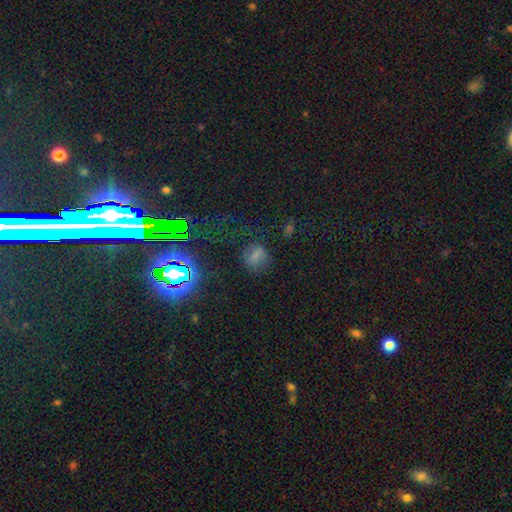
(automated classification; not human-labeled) The model was most divided on "how rounded": round: 50%, in between: 44%, cigar-shaped: 6%. More confident: merging — none (69%); smooth or featured — smooth (60%).